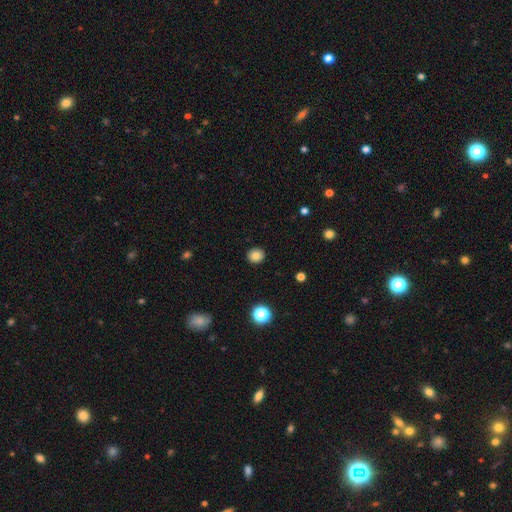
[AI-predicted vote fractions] smooth_or_featured: smooth (p=0.79) [alt: star or artifact p=0.11]
how_rounded: round (p=0.90) [alt: in between p=0.09]
merging: none (p=0.92) [alt: minor disturbance p=0.06]